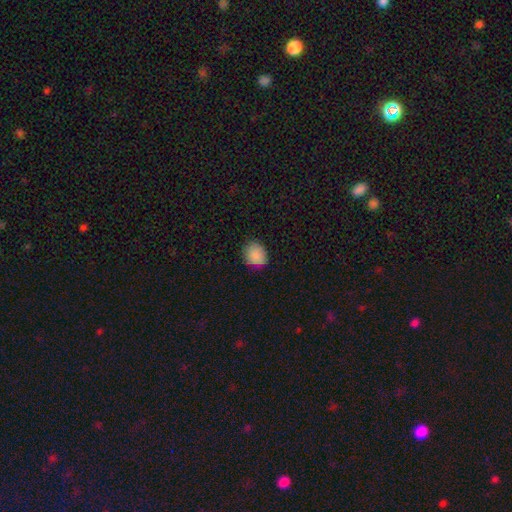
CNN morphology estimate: The model was most divided on "how rounded": round: 59%, in between: 40%, cigar-shaped: 1%. More confident: smooth or featured — smooth (87%); merging — none (81%).